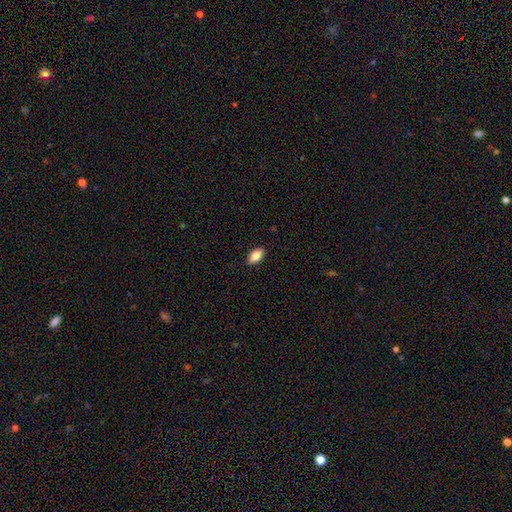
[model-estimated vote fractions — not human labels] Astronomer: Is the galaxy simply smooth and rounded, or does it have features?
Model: smooth — 82%.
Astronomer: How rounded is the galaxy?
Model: in between — 91%.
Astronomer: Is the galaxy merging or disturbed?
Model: none — 89%.